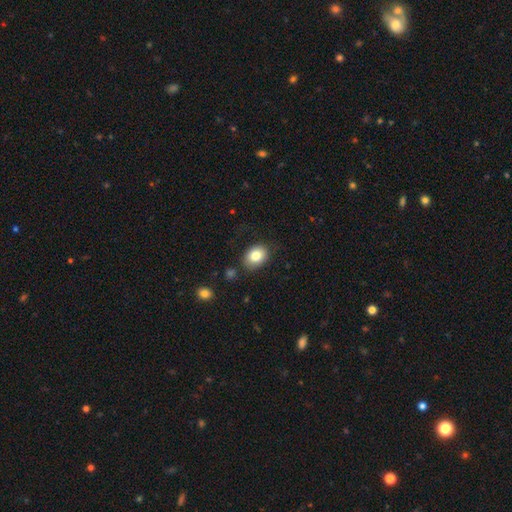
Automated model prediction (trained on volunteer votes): smooth 83%, featured or disk 9%, star or artifact 8%. Down the decision tree: how rounded — in between (63%); merging — none (81%).